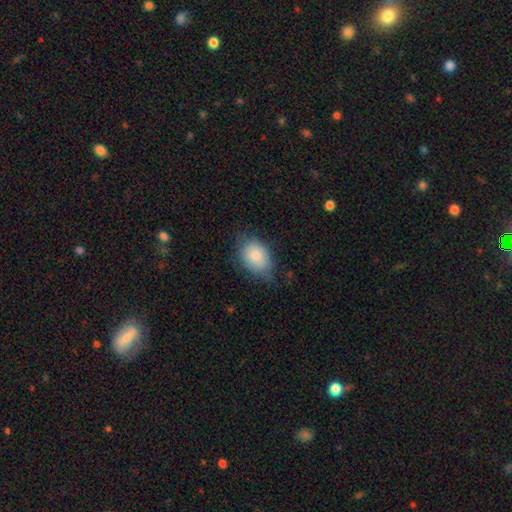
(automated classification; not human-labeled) A smooth galaxy with no disk features (82%) that is in between round and cigar-shaped (70%).

Vote fractions:
- Smooth or featured? smooth: 82% / featured or disk: 11% / star or artifact: 7%
- How rounded? in between: 70% / round: 29% / cigar-shaped: 1%
- Merging? none: 58% / minor disturbance: 32% / major disturbance: 8% / merger: 1%